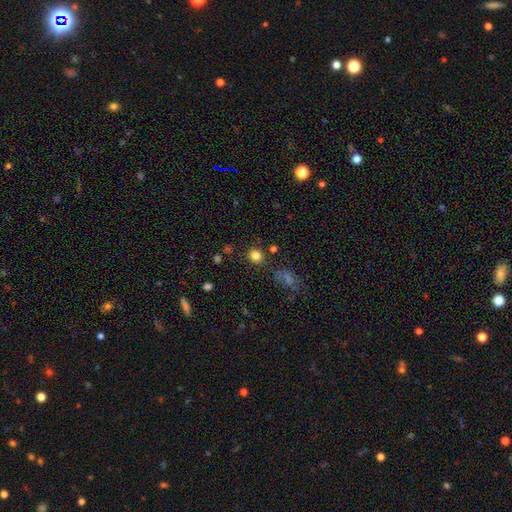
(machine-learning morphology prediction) smooth_or_featured: smooth (p=0.82) [alt: star or artifact p=0.13]
how_rounded: round (p=0.82) [alt: in between p=0.17]
merging: none (p=0.84) [alt: minor disturbance p=0.09]